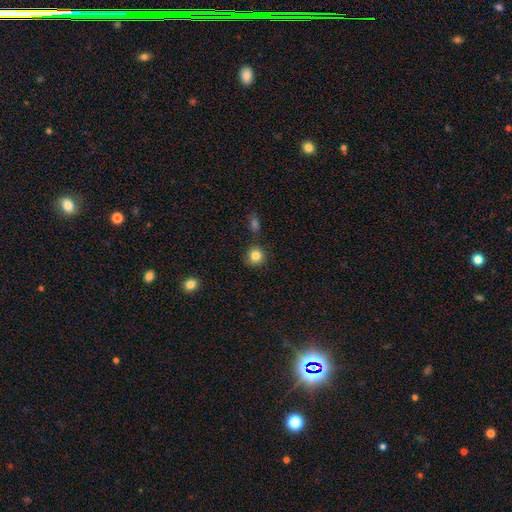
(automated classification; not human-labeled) Smooth or featured? Predicted: smooth (p=0.84). How rounded? Predicted: round (p=0.90). Merging? Predicted: none (p=0.80).